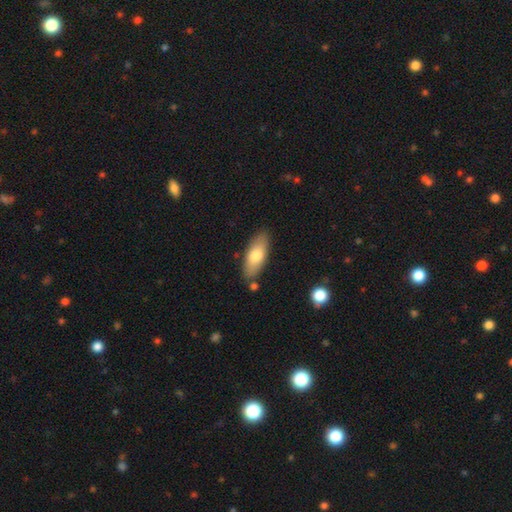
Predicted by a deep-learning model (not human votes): A smooth galaxy with no disk features (74%) that is in between round and cigar-shaped (78%). Merging: none (80%).